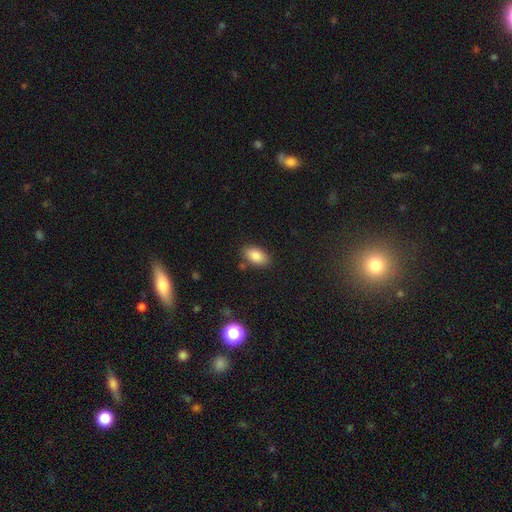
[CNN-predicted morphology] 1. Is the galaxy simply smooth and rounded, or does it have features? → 85% smooth, 8% star or artifact, 7% featured or disk.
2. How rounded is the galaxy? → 91% in between, 6% round, 2% cigar-shaped.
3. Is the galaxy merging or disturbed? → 83% none, 11% minor disturbance, 3% merger, 3% major disturbance.